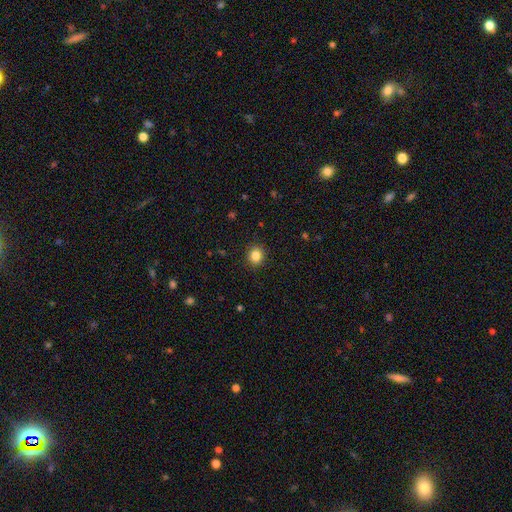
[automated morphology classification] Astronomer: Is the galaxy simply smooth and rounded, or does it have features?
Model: smooth — 84%.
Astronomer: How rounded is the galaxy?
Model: round — 79%.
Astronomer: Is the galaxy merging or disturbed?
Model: none — 91%.